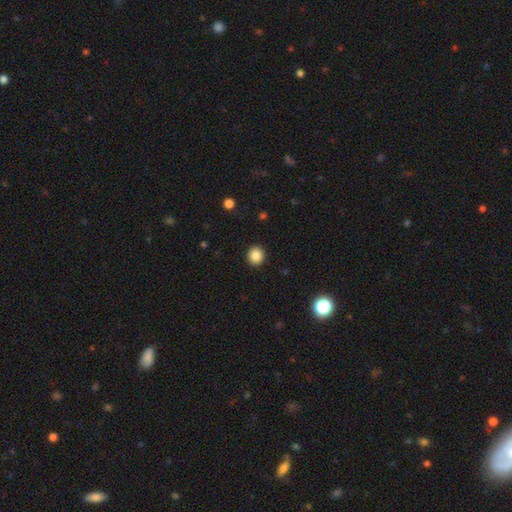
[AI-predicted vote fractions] Smooth or featured?
  - smooth: 86% *
  - star or artifact: 10%
  - featured or disk: 4%
How rounded?
  - round: 90% *
  - in between: 9%
  - cigar-shaped: 1%
Merging?
  - none: 93% *
  - minor disturbance: 5%
  - major disturbance: 2%
  - merger: 1%